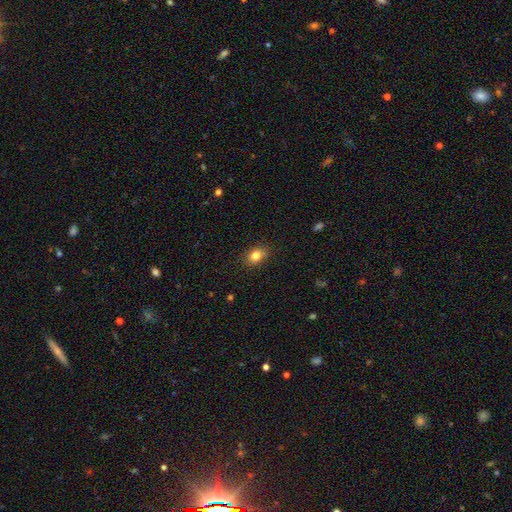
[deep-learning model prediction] Q: Smooth or featured?
A: smooth (82%); runner-up: star or artifact (10%)
Q: How rounded?
A: in between (62%); runner-up: round (36%)
Q: Merging?
A: none (85%); runner-up: minor disturbance (12%)